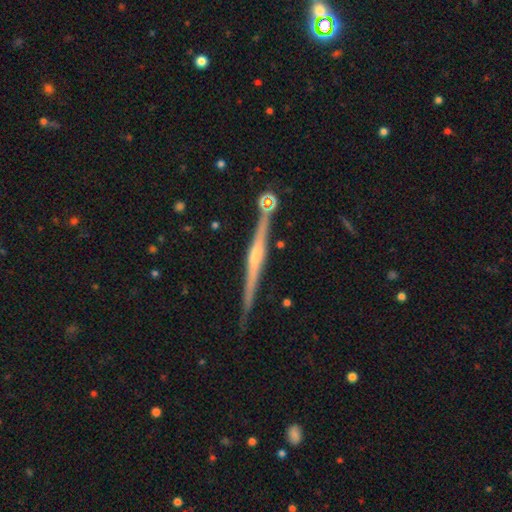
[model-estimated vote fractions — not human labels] smooth_or_featured: featured or disk (p=0.79) [alt: smooth p=0.15]
disk_edge_on: yes (p=0.98) [alt: no p=0.02]
edge_on_bulge: rounded (p=0.65) [alt: none p=0.22]
merging: none (p=0.84) [alt: minor disturbance p=0.11]